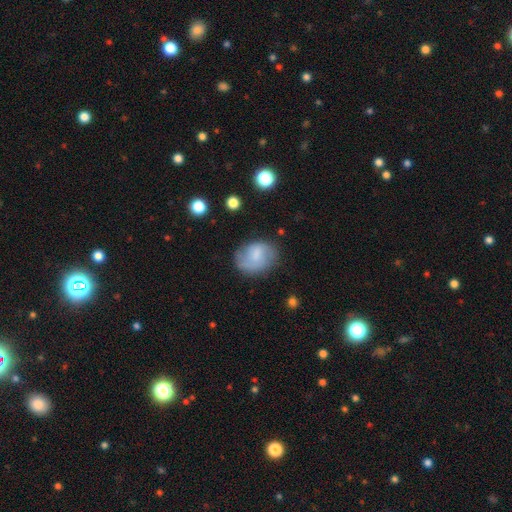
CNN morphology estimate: Smooth or featured: smooth — 54% (featured or disk — 38%)
How rounded: in between — 60% (round — 39%)
Merging: none — 66% (minor disturbance — 23%)